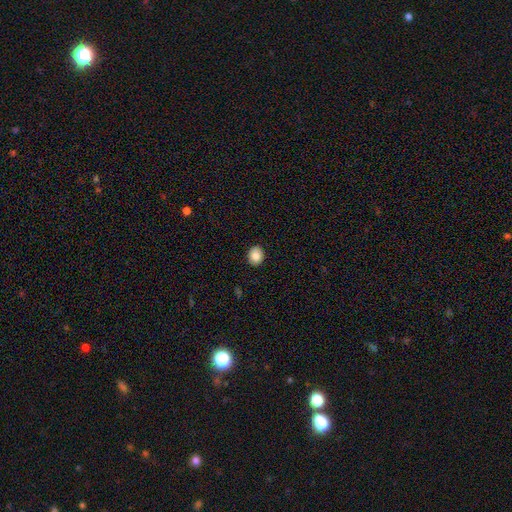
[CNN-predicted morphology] smooth 84%, star or artifact 8%, featured or disk 8%. Down the decision tree: how rounded — round (55%); merging — none (90%).